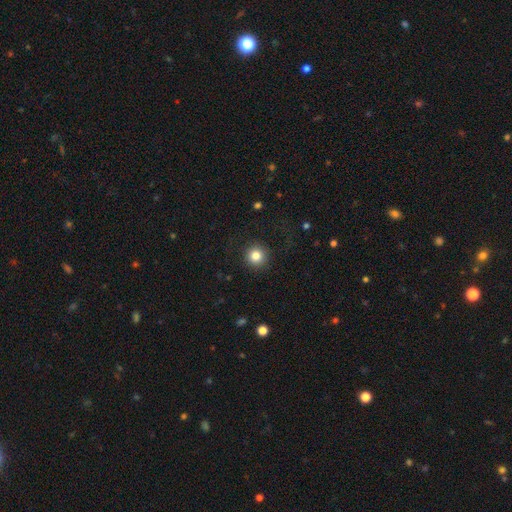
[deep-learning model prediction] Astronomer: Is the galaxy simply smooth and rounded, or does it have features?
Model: smooth — 83%.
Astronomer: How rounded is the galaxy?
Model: round — 95%.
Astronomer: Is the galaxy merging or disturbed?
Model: none — 90%.